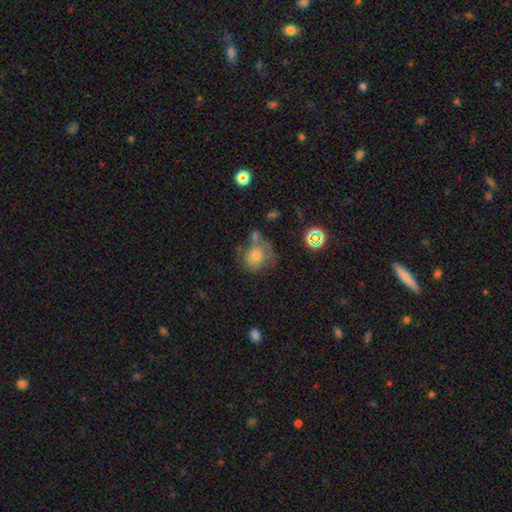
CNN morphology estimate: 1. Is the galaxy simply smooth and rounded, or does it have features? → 56% smooth, 29% featured or disk, 15% star or artifact.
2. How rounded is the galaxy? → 73% round, 26% in between, 1% cigar-shaped.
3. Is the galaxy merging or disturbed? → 44% none, 24% minor disturbance, 17% major disturbance, 16% merger.